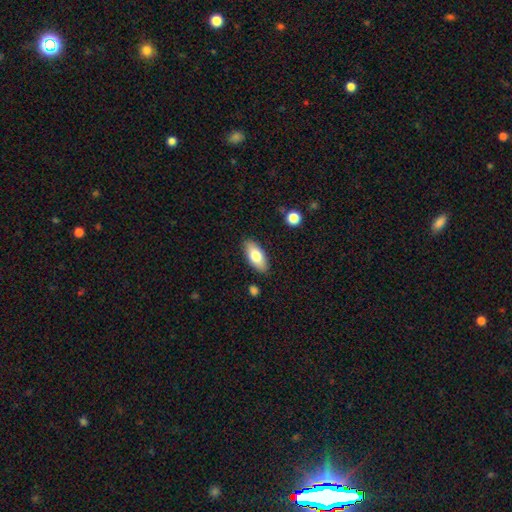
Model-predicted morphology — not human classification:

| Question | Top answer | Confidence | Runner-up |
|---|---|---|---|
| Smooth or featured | smooth | 76% | featured or disk (18%) |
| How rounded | in between | 86% | cigar-shaped (12%) |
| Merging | none | 87% | minor disturbance (10%) |